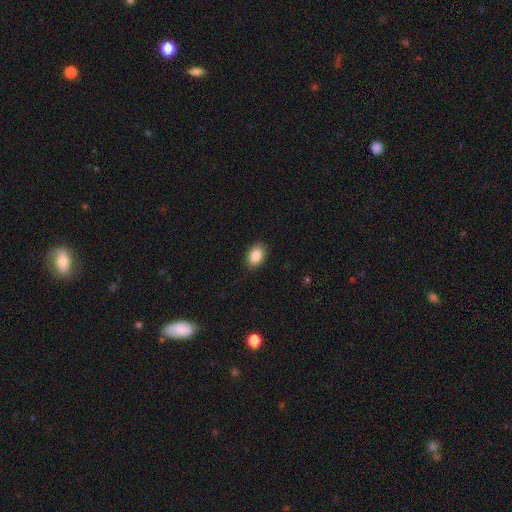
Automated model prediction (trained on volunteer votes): A smooth galaxy with no disk features (88%) that is in between round and cigar-shaped (85%). Merging: none (88%).